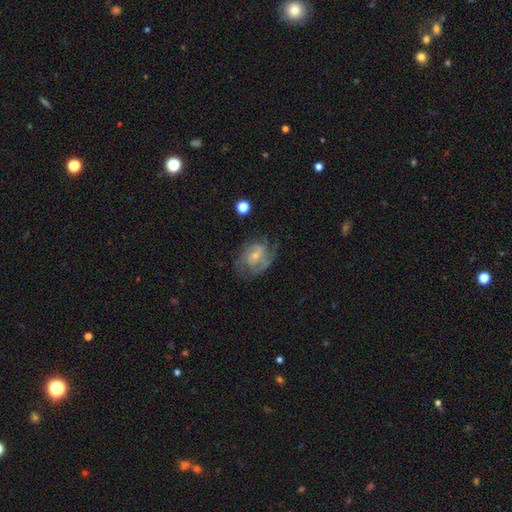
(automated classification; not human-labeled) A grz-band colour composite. It shows a featured or disk galaxy (74%) with no bar (58%), can't tell (34%, tied with 2) medium (43%) spiral arms (86%) and a small central bulge (69%). Merging: none (55%).